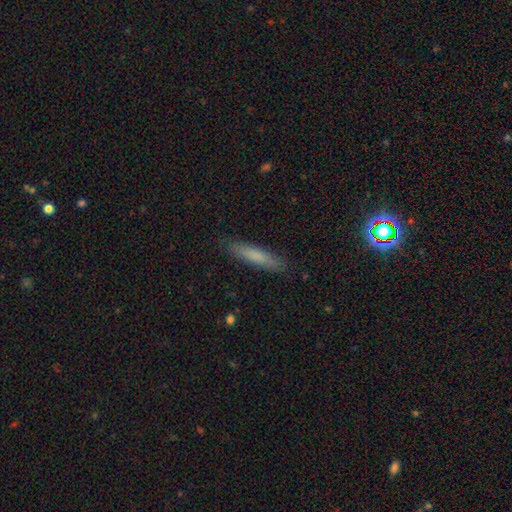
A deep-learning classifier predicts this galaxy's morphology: A smooth galaxy with no disk features (75%) that is cigar-shaped (89%). Merging: none (88%).